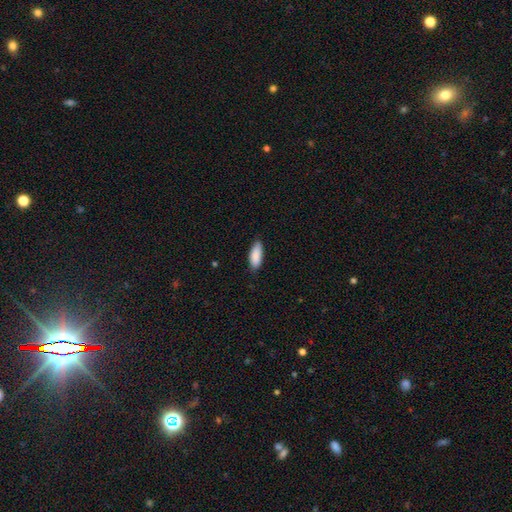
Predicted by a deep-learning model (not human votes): smooth 89%, star or artifact 6%, featured or disk 5%. Down the decision tree: how rounded — in between (73%); merging — none (83%).